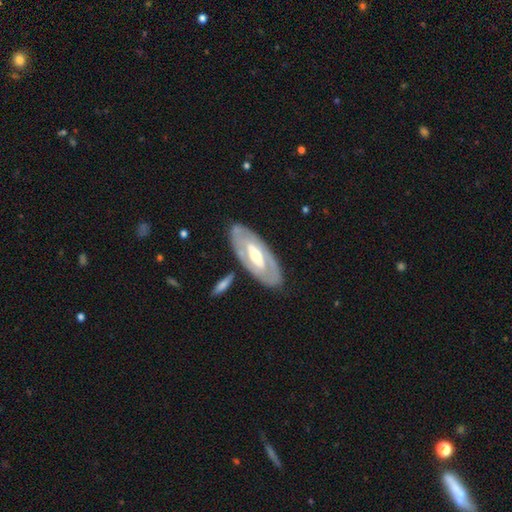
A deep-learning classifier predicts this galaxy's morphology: Smooth or featured? featured or disk (71%)
Edge-on disk? no (85%)
Bar? no (38%)
Spiral arms? no (60%)
Bulge size? moderate (69%)
Merging? none (82%)